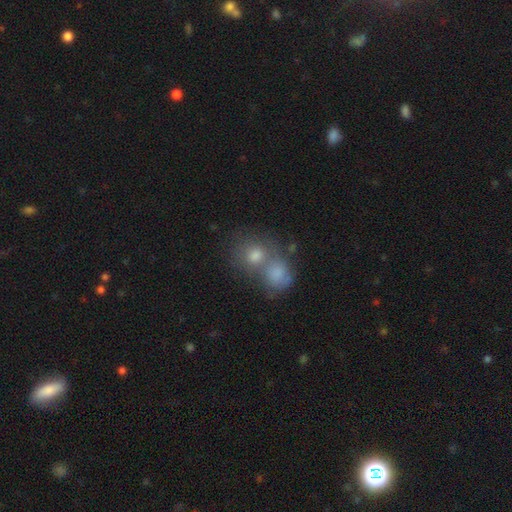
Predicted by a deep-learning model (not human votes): smooth_or_featured: smooth (p=0.55) [alt: star or artifact p=0.26]
how_rounded: round (p=0.75) [alt: in between p=0.23]
merging: merger (p=0.54) [alt: none p=0.36]